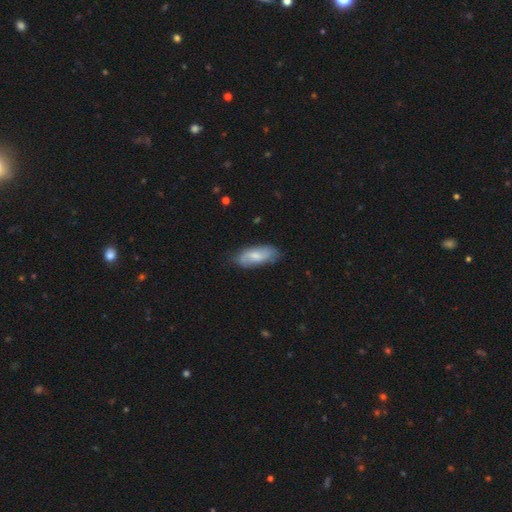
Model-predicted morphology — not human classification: This is possibly a smooth galaxy (58%). How rounded: likely in between (78%). Merging: likely none (75%).